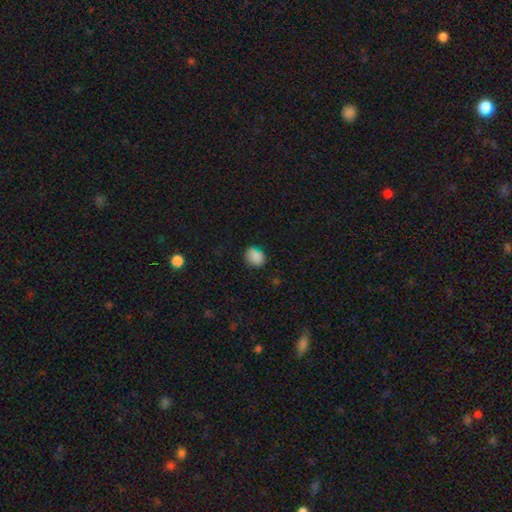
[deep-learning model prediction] Smooth or featured? Predicted: smooth (p=0.83). How rounded? Predicted: round (p=0.54). Merging? Predicted: none (p=0.73).